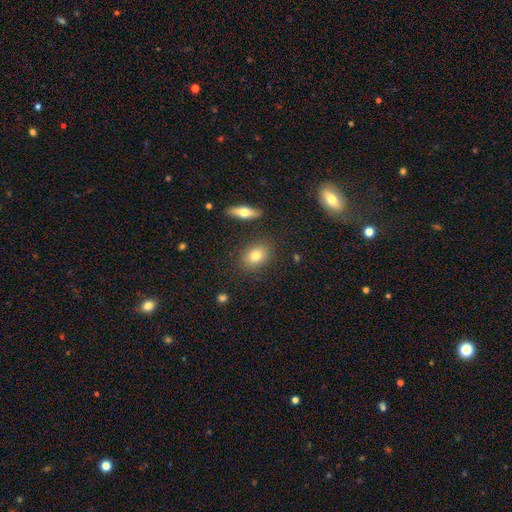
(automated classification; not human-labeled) The model was most divided on "how rounded": in between: 67%, round: 31%, cigar-shaped: 2%. More confident: merging — none (83%); smooth or featured — smooth (78%).